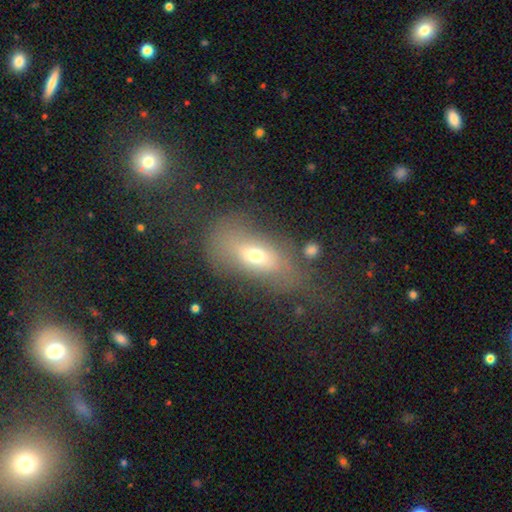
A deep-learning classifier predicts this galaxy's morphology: Smooth or featured: smooth — 58% (featured or disk — 29%)
How rounded: in between — 81% (round — 10%)
Merging: none — 44% (major disturbance — 27%)